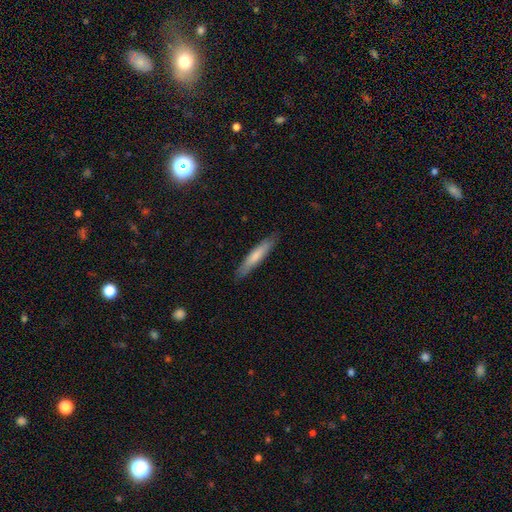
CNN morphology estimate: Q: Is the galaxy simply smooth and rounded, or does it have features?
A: smooth — 72%.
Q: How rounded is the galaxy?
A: cigar-shaped — 90%.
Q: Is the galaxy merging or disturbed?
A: none — 87%.